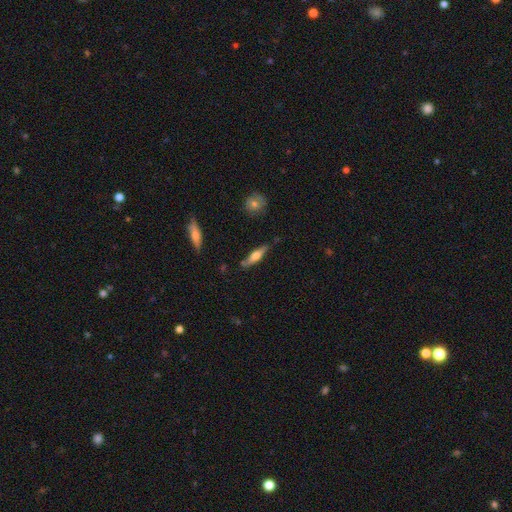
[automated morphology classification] This is possibly a featured or disk galaxy (56%). It is clearly viewed edge-on (94%). Edge-on bulge: clearly rounded (87%). Merging: clearly none (82%).